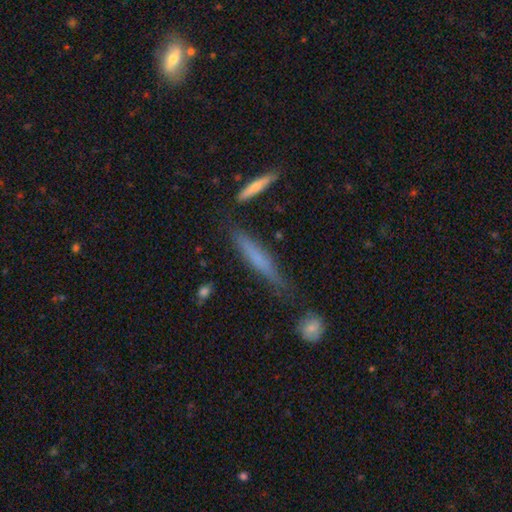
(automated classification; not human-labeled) Smooth or featured: smooth — 55% (featured or disk — 37%)
How rounded: cigar-shaped — 92% (in between — 6%)
Merging: none — 77% (minor disturbance — 16%)